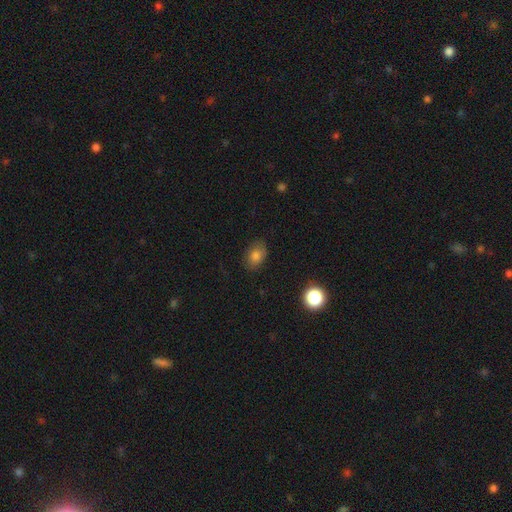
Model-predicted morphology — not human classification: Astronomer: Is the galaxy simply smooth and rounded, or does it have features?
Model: smooth — 79%.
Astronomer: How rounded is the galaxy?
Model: in between — 77%.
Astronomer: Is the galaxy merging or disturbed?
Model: none — 80%.